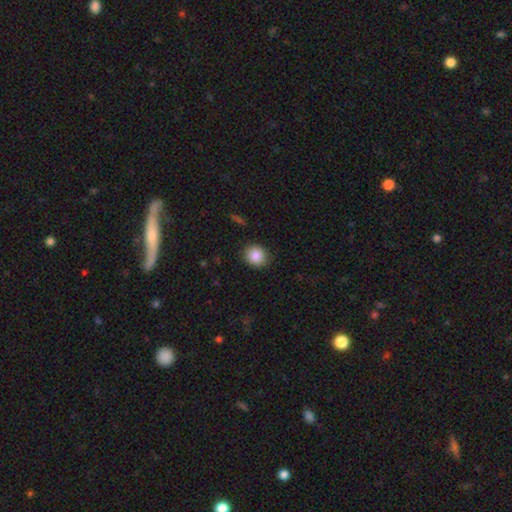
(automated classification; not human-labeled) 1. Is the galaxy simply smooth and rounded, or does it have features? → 86% smooth, 9% star or artifact, 5% featured or disk.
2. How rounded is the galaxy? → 80% round, 19% in between, 1% cigar-shaped.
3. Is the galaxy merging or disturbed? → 88% none, 9% minor disturbance, 2% major disturbance, 1% merger.